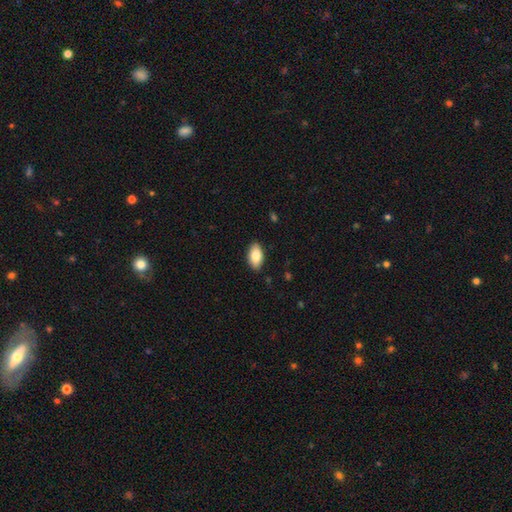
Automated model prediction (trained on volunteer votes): smooth-or-featured: smooth: 83% | featured or disk: 11% | star or artifact: 6%
  how-rounded: in between: 93% | cigar-shaped: 3% | round: 3%
  merging: none: 89% | minor disturbance: 9% | major disturbance: 2% | merger: 1%